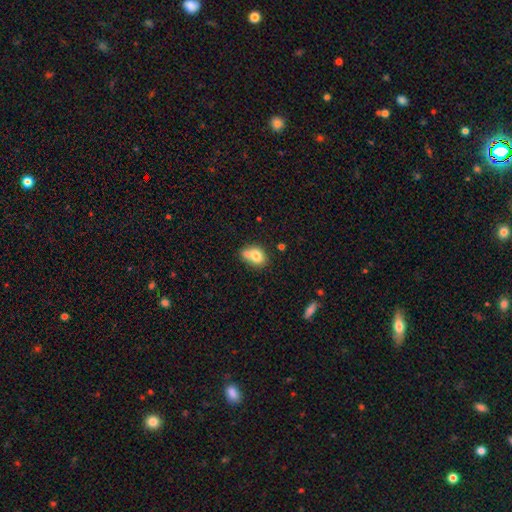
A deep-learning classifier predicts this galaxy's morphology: Smooth or featured? Predicted: smooth (p=0.75). How rounded? Predicted: in between (p=0.55). Merging? Predicted: merger (p=0.43).